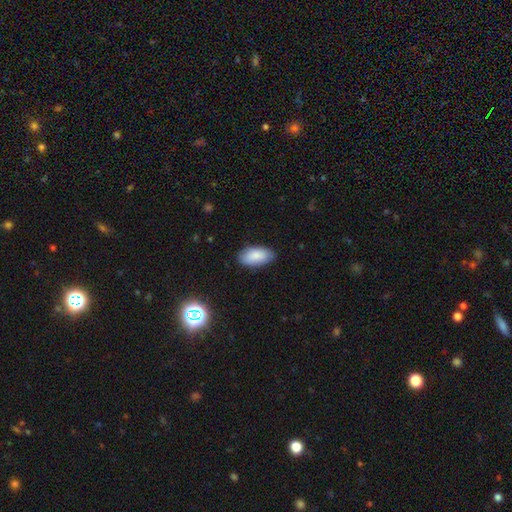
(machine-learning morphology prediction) This appears to be a smooth galaxy with no disk features (87%) that is in between round and cigar-shaped (94%). Merging: none (85%).